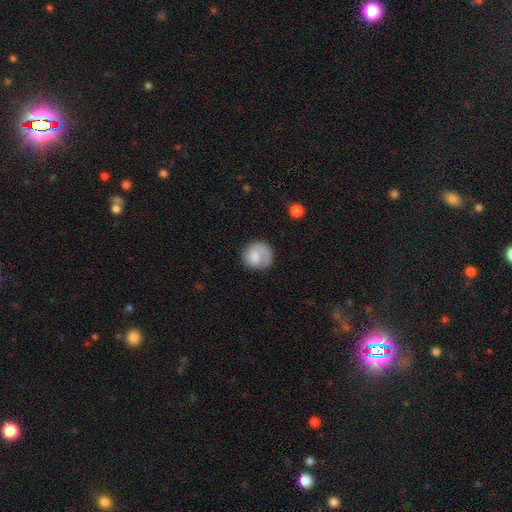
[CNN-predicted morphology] A smooth galaxy with no disk features (66%) that is round (82%). Merging: none (64%).